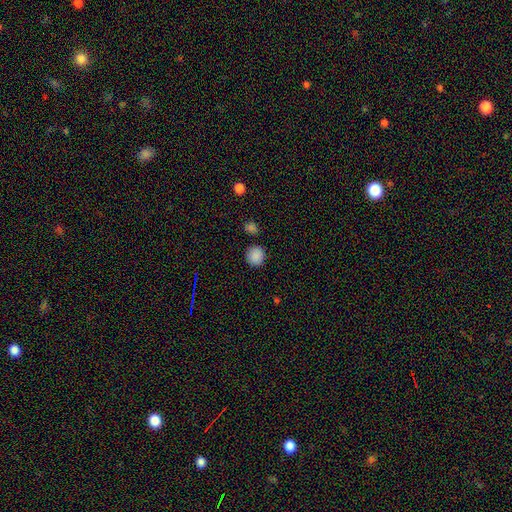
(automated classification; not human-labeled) This appears to be a smooth galaxy with no disk features (86%) that is round (91%). Merging: none (86%).